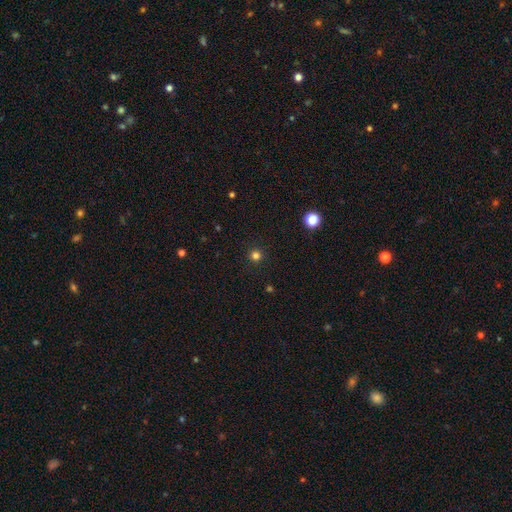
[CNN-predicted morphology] Smooth or featured? smooth (80%)
How rounded? round (96%)
Merging? none (93%)